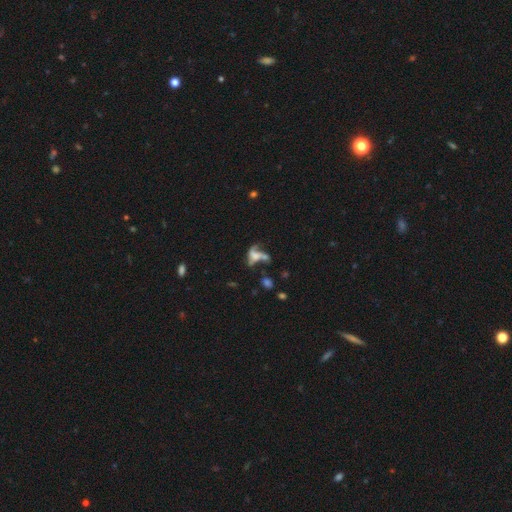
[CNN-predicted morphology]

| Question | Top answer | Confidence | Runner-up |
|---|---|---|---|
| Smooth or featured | featured or disk | 49% | smooth (34%) |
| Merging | merger | 35% | major disturbance (30%) |